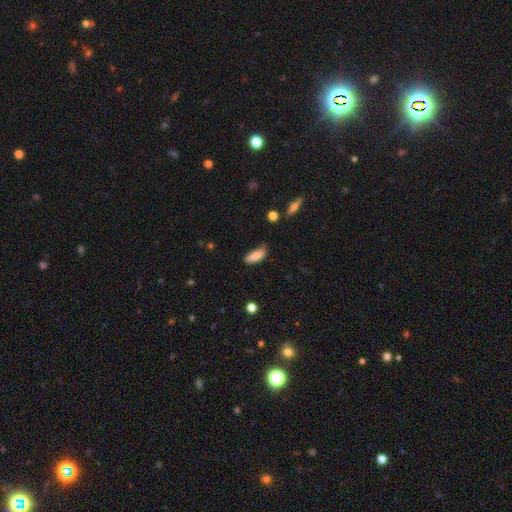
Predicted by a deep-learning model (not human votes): smooth_or_featured: smooth (p=0.87) [alt: star or artifact p=0.07]
how_rounded: in between (p=0.78) [alt: cigar-shaped p=0.20]
merging: none (p=0.72) [alt: minor disturbance p=0.22]